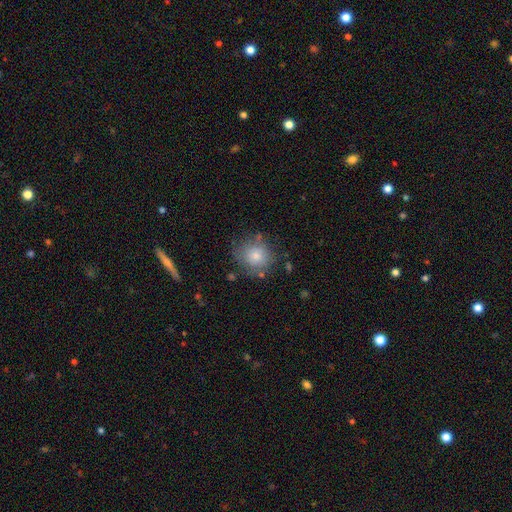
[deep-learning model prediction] smooth_or_featured: smooth (p=0.78) [alt: featured or disk p=0.13]
how_rounded: round (p=0.84) [alt: in between p=0.15]
merging: none (p=0.70) [alt: minor disturbance p=0.19]